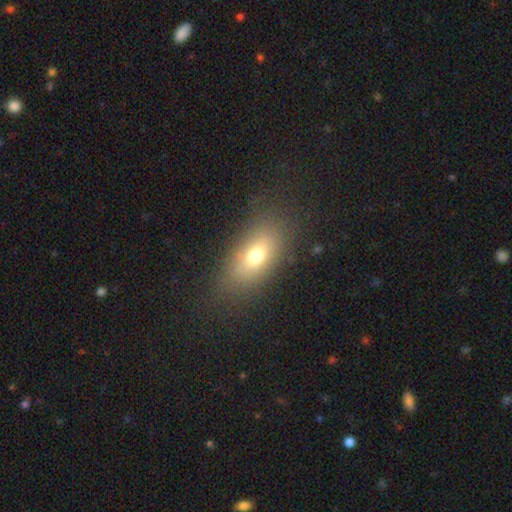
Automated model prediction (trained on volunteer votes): This appears to be a smooth galaxy with no disk features (71%) that is in between round and cigar-shaped (84%). Merging: none (81%).